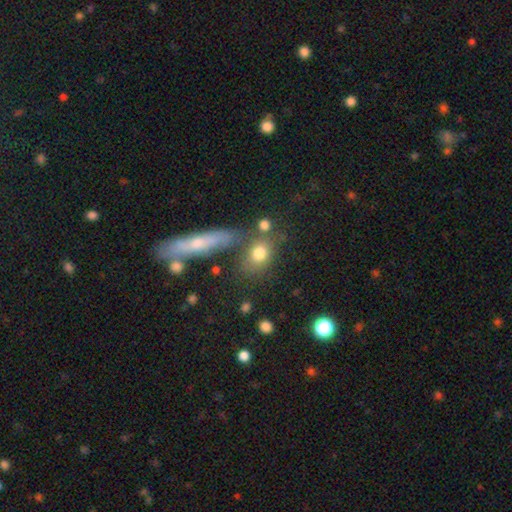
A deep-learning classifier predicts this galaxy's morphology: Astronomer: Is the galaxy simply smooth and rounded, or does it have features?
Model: smooth — 71%.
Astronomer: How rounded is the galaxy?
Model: round — 45% (runner-up: in between, 40%).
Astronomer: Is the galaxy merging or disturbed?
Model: none — 66%.